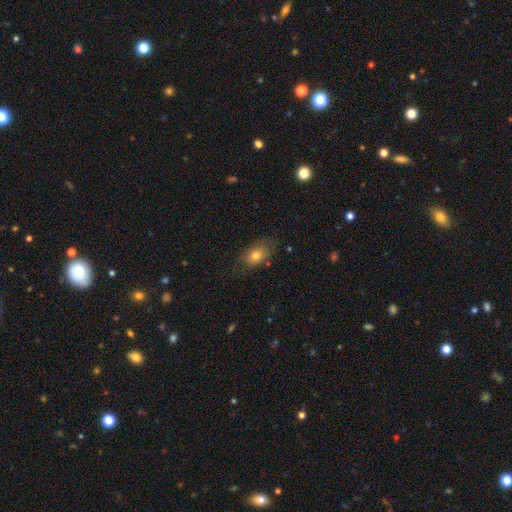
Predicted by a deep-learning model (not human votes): smooth 75%, featured or disk 16%, star or artifact 9%. Down the decision tree: how rounded — in between (83%); merging — none (67%).